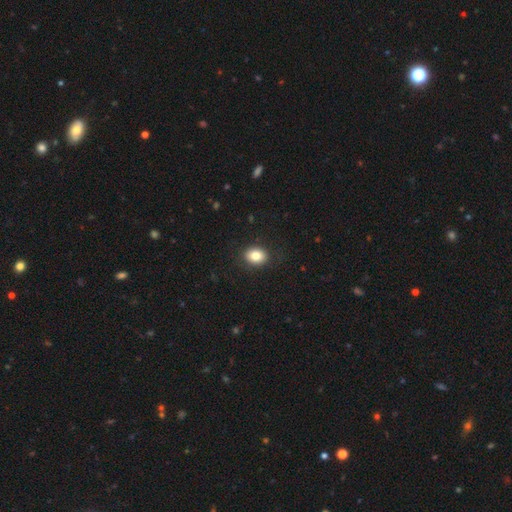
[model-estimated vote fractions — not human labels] A smooth galaxy with no disk features (83%) that is in between round and cigar-shaped (59%).

Vote fractions:
- Smooth or featured? smooth: 83% / star or artifact: 9% / featured or disk: 8%
- How rounded? in between: 59% / round: 40% / cigar-shaped: 1%
- Merging? none: 88% / minor disturbance: 8% / major disturbance: 3% / merger: 1%